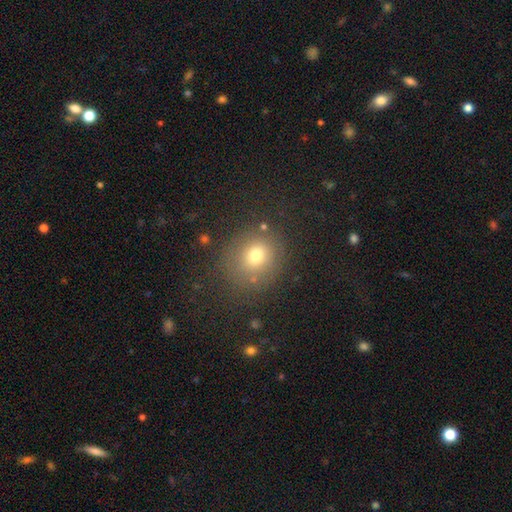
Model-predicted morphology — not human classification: smooth-or-featured: smooth: 72% | star or artifact: 17% | featured or disk: 11%
  how-rounded: round: 80% | in between: 19% | cigar-shaped: 1%
  merging: none: 79% | minor disturbance: 12% | major disturbance: 6% | merger: 4%